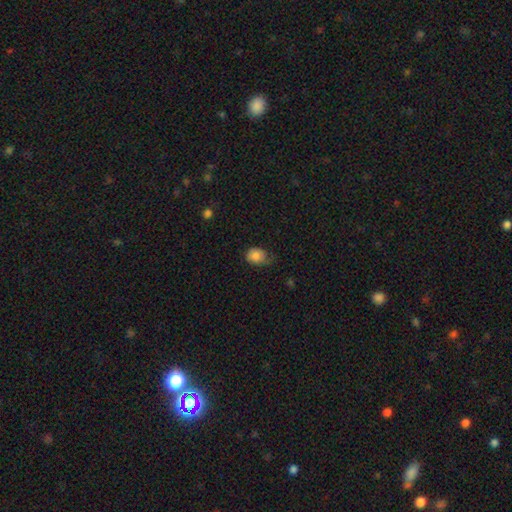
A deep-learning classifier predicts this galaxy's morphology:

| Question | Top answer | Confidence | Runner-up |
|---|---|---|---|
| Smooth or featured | smooth | 84% | featured or disk (9%) |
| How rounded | in between | 57% | round (42%) |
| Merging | none | 51% | minor disturbance (37%) |